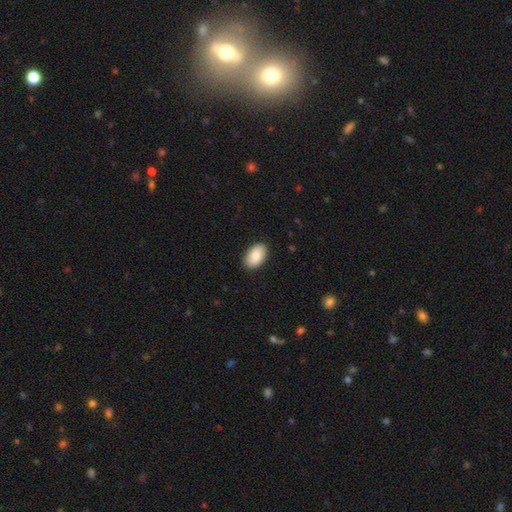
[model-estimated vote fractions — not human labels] A smooth galaxy with no disk features (87%) that is in between round and cigar-shaped (93%).

Vote fractions:
- Smooth or featured? smooth: 87% / featured or disk: 7% / star or artifact: 6%
- How rounded? in between: 93% / round: 5% / cigar-shaped: 1%
- Merging? none: 88% / minor disturbance: 9% / major disturbance: 2% / merger: 1%